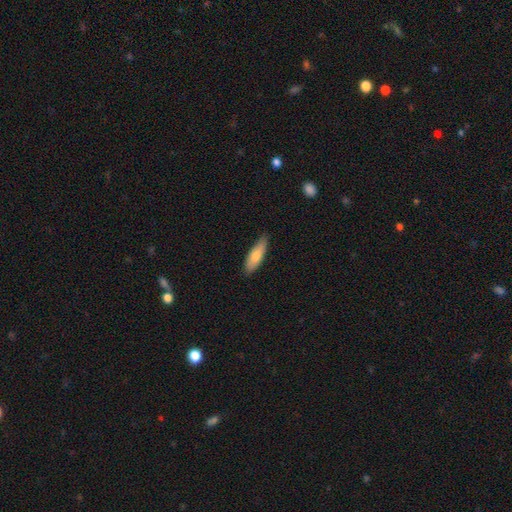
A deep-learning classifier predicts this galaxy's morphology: Q: Smooth or featured?
A: smooth (72%); runner-up: featured or disk (22%)
Q: How rounded?
A: cigar-shaped (55%); runner-up: in between (43%)
Q: Merging?
A: none (84%); runner-up: minor disturbance (13%)